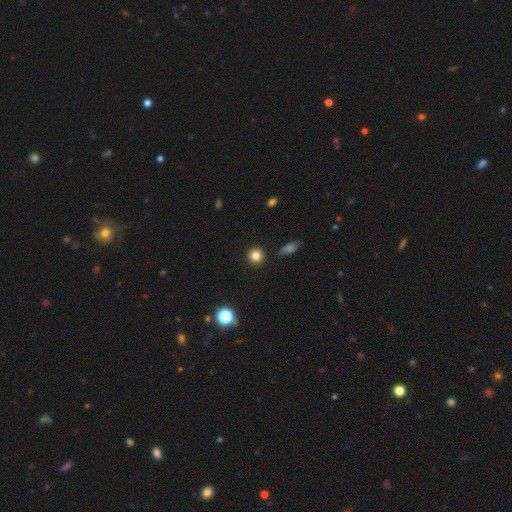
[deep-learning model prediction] Smooth or featured: smooth — 82% (star or artifact — 12%)
How rounded: round — 92% (in between — 7%)
Merging: none — 90% (minor disturbance — 6%)